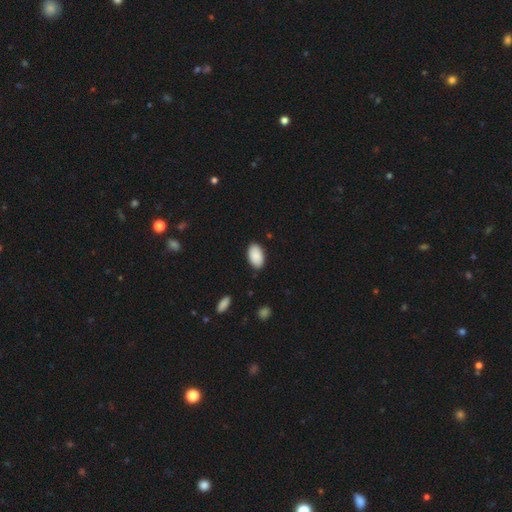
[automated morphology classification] smooth-or-featured: smooth: 90% | star or artifact: 6% | featured or disk: 4%
  how-rounded: in between: 95% | round: 4% | cigar-shaped: 1%
  merging: none: 87% | minor disturbance: 10% | major disturbance: 2% | merger: 1%